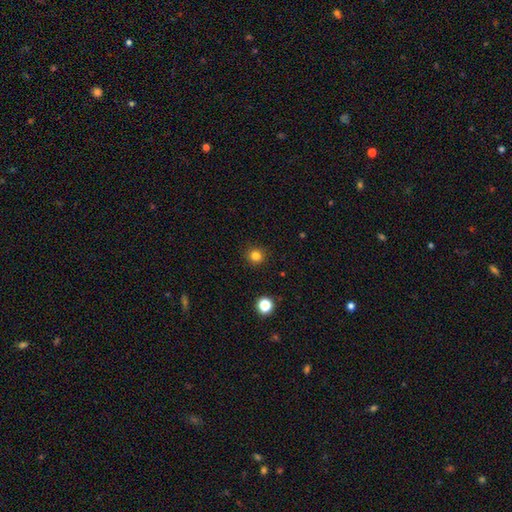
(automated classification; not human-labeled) smooth_or_featured: smooth (p=0.81) [alt: star or artifact p=0.14]
how_rounded: round (p=0.92) [alt: in between p=0.07]
merging: none (p=0.91) [alt: minor disturbance p=0.06]